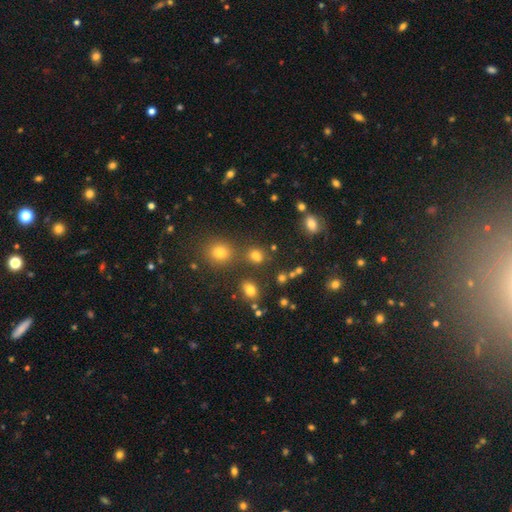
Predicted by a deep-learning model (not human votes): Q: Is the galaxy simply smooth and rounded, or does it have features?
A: smooth — 72%.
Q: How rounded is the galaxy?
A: round — 67%.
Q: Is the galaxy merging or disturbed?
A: none — 66%.